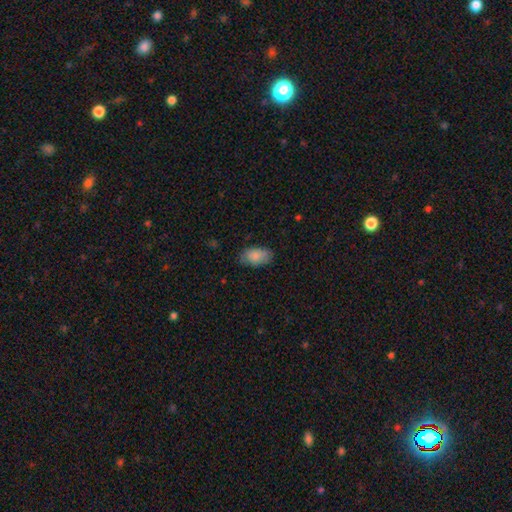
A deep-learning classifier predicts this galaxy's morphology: type=smooth (85%); roundness=in between (93%); merging=none (76%).